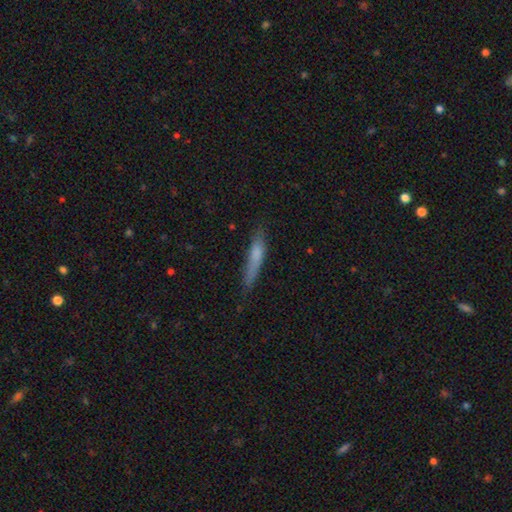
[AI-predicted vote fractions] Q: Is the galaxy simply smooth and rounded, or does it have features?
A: smooth — 70%.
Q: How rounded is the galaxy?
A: cigar-shaped — 89%.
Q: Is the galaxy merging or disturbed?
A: none — 68%.